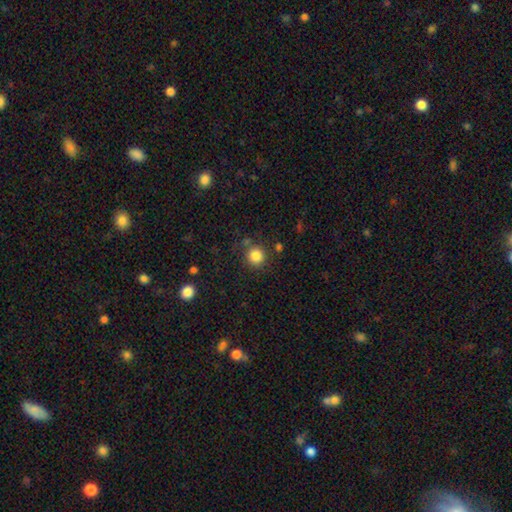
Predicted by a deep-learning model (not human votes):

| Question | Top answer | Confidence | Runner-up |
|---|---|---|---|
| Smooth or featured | smooth | 84% | star or artifact (11%) |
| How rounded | round | 93% | in between (6%) |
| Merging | none | 81% | minor disturbance (9%) |